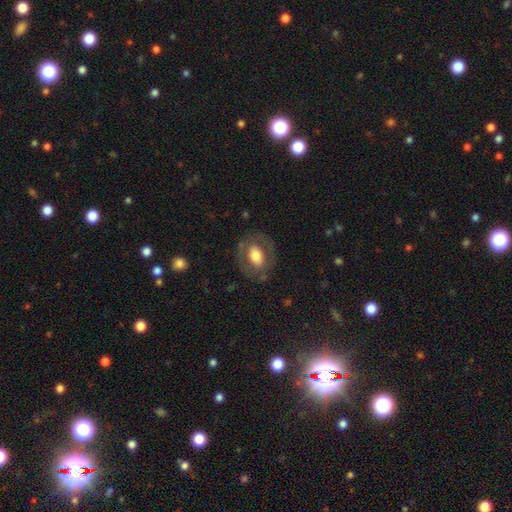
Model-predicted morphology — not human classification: The model was most divided on "smooth or featured": smooth: 53%, featured or disk: 41%, star or artifact: 7%. More confident: merging — none (74%); how rounded — in between (68%).